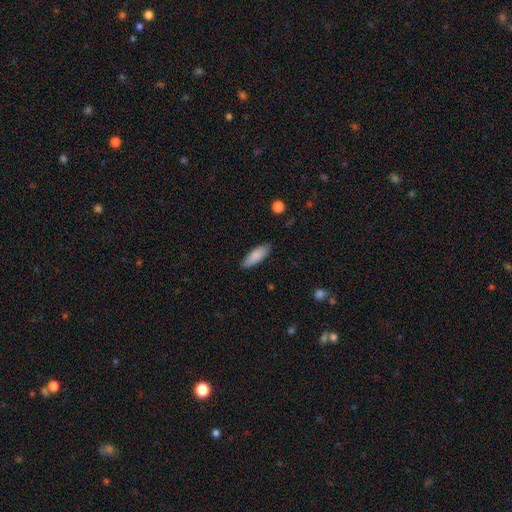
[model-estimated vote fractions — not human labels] Morphology: type=smooth (87%); roundness=in between (64%); merging=none (86%).